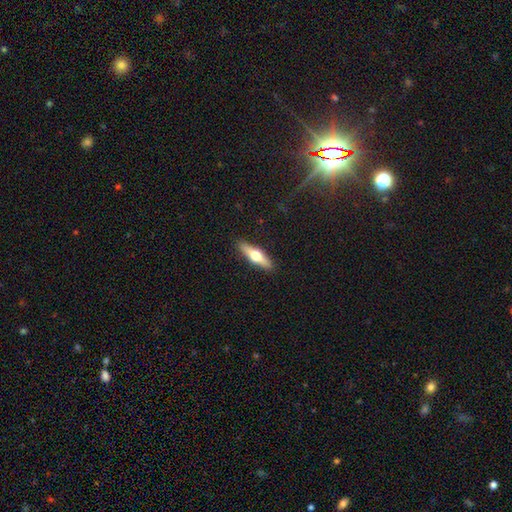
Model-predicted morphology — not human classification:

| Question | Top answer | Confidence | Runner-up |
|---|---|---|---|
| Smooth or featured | featured or disk | 54% | smooth (40%) |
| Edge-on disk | yes | 94% | no (6%) |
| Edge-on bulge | rounded | 95% | boxy (3%) |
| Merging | none | 90% | minor disturbance (7%) |